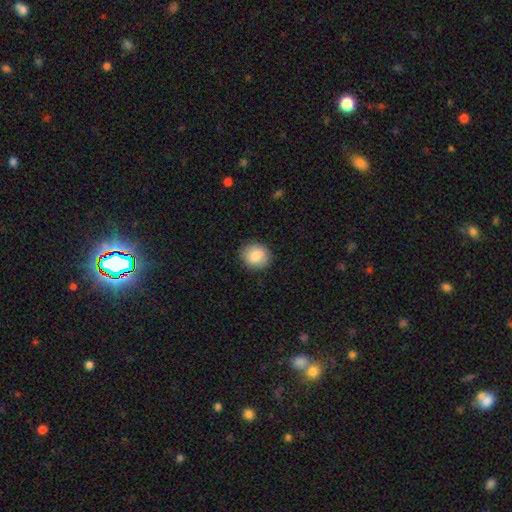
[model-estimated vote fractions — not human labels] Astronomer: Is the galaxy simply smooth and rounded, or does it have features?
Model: smooth — 86%.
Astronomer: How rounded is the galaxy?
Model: round — 77%.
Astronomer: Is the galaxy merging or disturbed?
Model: none — 87%.